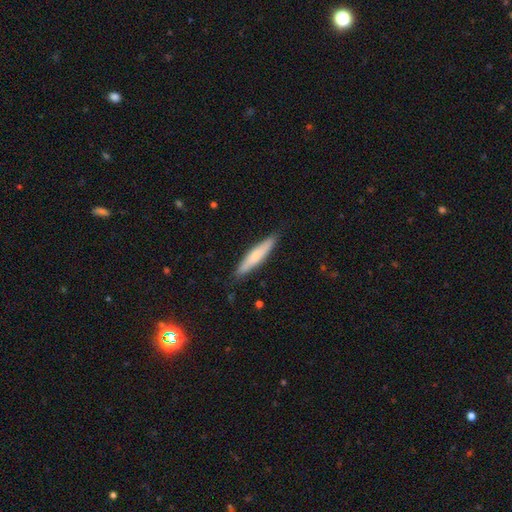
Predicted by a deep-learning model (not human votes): smooth_or_featured: smooth (p=0.64) [alt: featured or disk p=0.31]
how_rounded: cigar-shaped (p=0.88) [alt: in between p=0.10]
merging: none (p=0.87) [alt: minor disturbance p=0.10]